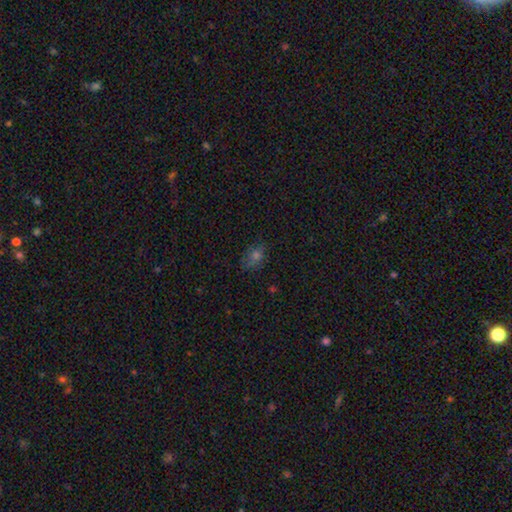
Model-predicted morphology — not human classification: type=smooth (53%); roundness=in between (60%); merging=none (71%).